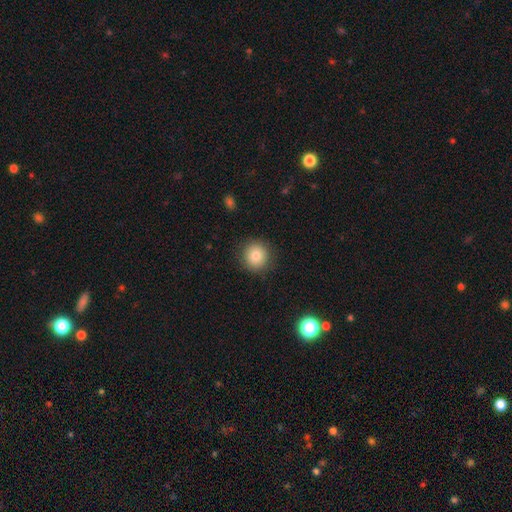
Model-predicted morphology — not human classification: type=smooth (80%); roundness=round (92%); merging=none (88%).